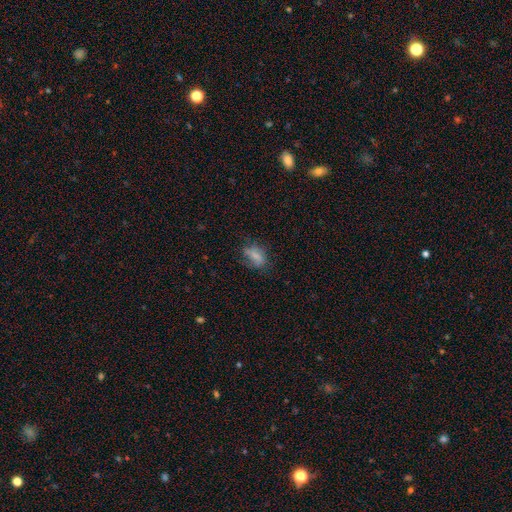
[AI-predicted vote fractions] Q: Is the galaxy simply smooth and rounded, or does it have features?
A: smooth — 68%.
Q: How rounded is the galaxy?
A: in between — 81%.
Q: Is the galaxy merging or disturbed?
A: none — 53%.